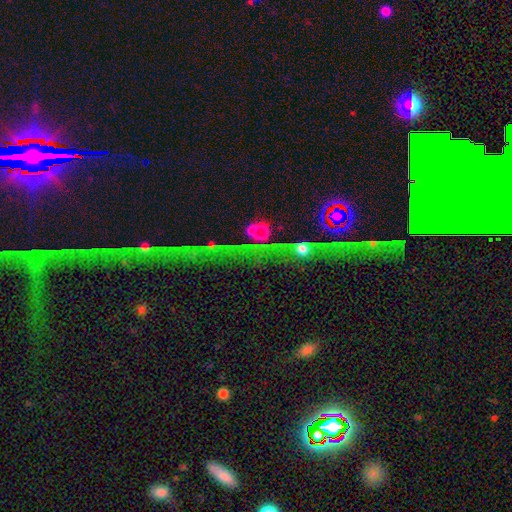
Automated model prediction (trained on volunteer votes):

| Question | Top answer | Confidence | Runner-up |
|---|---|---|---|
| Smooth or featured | star or artifact | 71% | featured or disk (17%) |